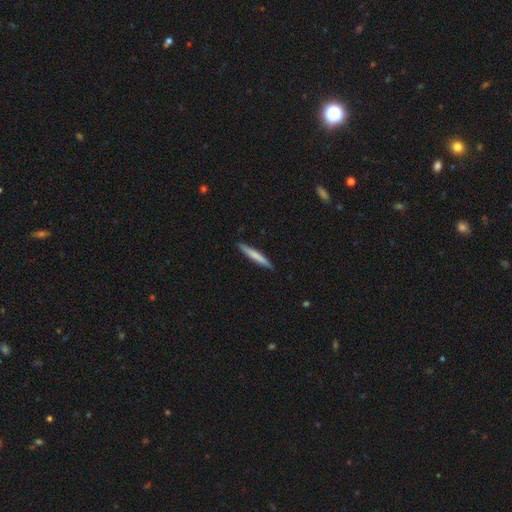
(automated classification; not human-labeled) Smooth or featured?
  - smooth: 69% *
  - featured or disk: 26%
  - star or artifact: 5%
How rounded?
  - cigar-shaped: 96% *
  - in between: 3%
  - round: 1%
Merging?
  - none: 91% *
  - minor disturbance: 7%
  - major disturbance: 1%
  - merger: 1%